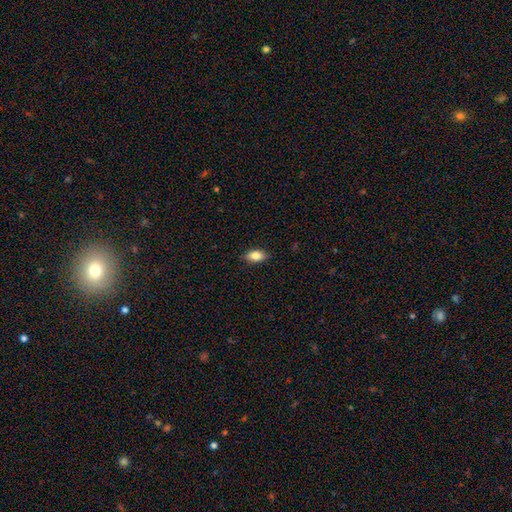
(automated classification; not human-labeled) Overall: smooth (83%). How rounded: in between (89%). Merging: none (87%).